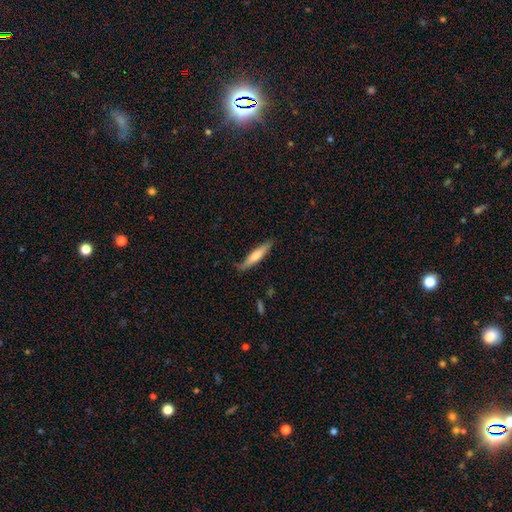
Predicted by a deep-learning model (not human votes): Smooth or featured? Predicted: smooth (p=0.61). How rounded? Predicted: cigar-shaped (p=0.85). Merging? Predicted: none (p=0.74).